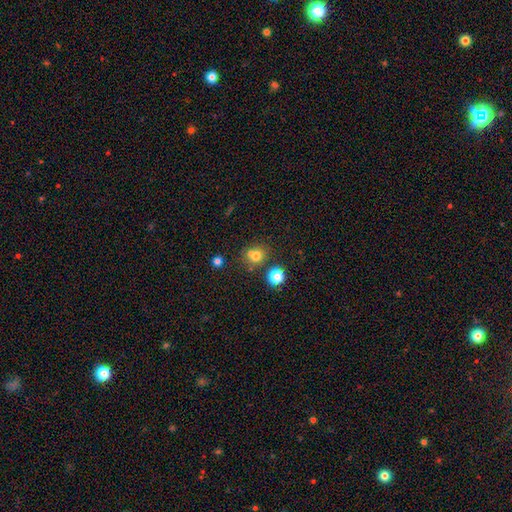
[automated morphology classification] Overall: smooth (72%). How rounded: round (78%). Merging: none (56%; merger 29%).